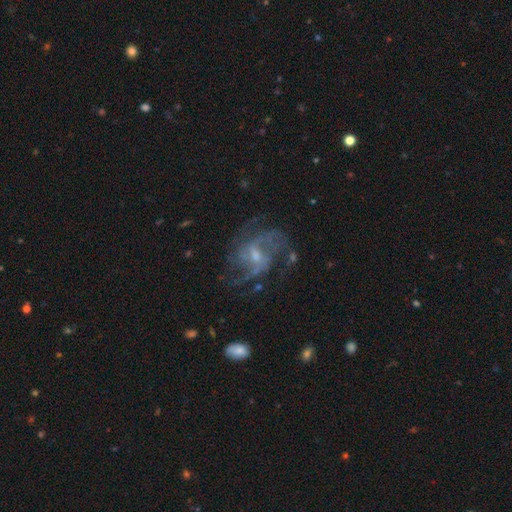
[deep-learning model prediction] Q: Smooth or featured?
A: featured or disk (82%); runner-up: smooth (9%)
Q: Edge-on disk?
A: no (97%); runner-up: yes (3%)
Q: Bar?
A: weak (55%); runner-up: no (33%)
Q: Spiral arms?
A: yes (89%); runner-up: no (11%)
Q: Spiral winding?
A: medium (48%); runner-up: loose (34%)
Q: Spiral arm count?
A: 2 (38%); runner-up: can't tell (25%)
Q: Bulge size?
A: small (50%); runner-up: moderate (39%)
Q: Merging?
A: none (58%); runner-up: major disturbance (21%)